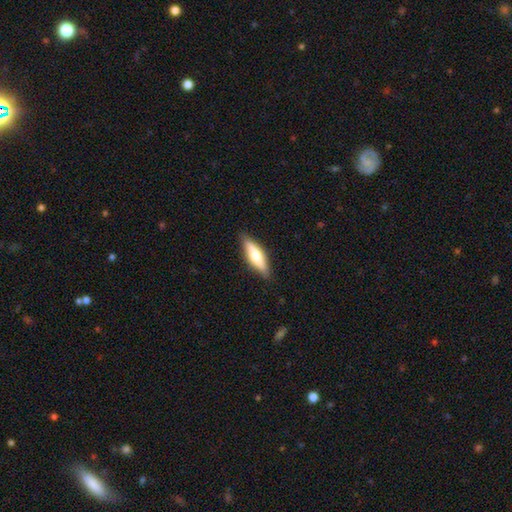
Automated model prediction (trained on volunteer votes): Overall: smooth (59%; featured or disk 35%). How rounded: cigar-shaped (57%; in between 41%). Merging: none (86%).